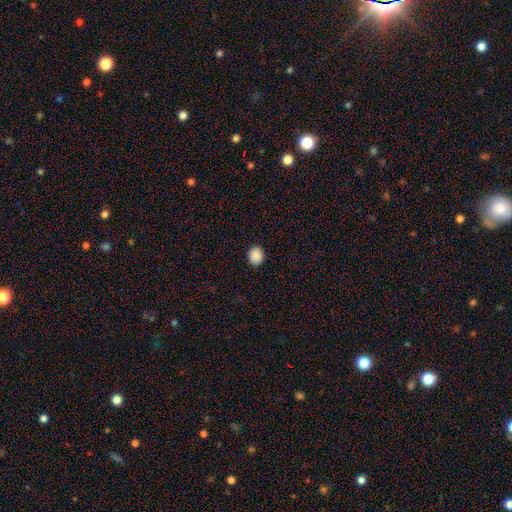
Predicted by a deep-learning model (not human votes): The model was most divided on "how rounded": round: 70%, in between: 29%, cigar-shaped: 1%. More confident: merging — none (91%); smooth or featured — smooth (89%).